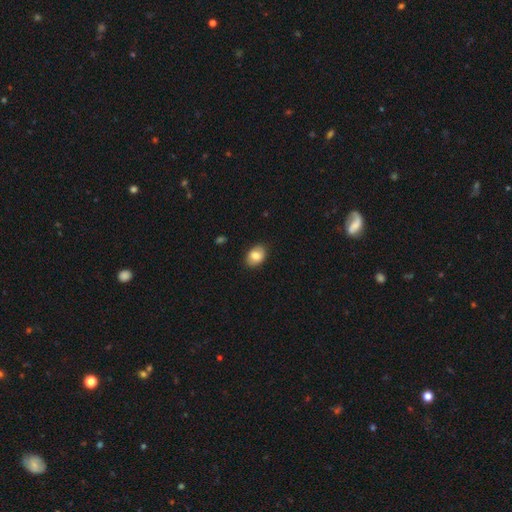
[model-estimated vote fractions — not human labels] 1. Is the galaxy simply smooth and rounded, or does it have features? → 83% smooth, 10% featured or disk, 7% star or artifact.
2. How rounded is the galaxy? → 76% in between, 23% round, 1% cigar-shaped.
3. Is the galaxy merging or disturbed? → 85% none, 11% minor disturbance, 2% major disturbance, 1% merger.